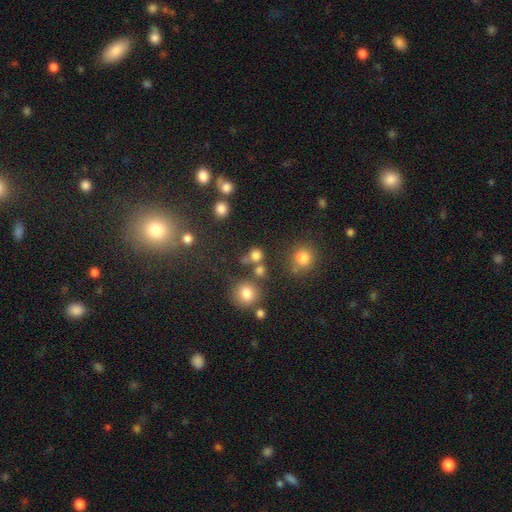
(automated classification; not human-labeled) A smooth galaxy with no disk features (76%) that is round (86%).

Vote fractions:
- Smooth or featured? smooth: 76% / star or artifact: 17% / featured or disk: 7%
- How rounded? round: 86% / in between: 13% / cigar-shaped: 1%
- Merging? none: 63% / merger: 22% / minor disturbance: 10% / major disturbance: 6%